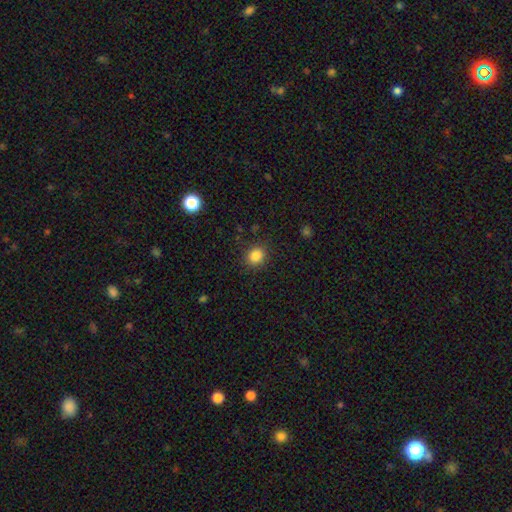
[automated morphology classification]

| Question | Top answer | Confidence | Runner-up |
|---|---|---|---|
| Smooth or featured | smooth | 85% | star or artifact (11%) |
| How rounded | round | 72% | in between (27%) |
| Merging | none | 86% | minor disturbance (9%) |